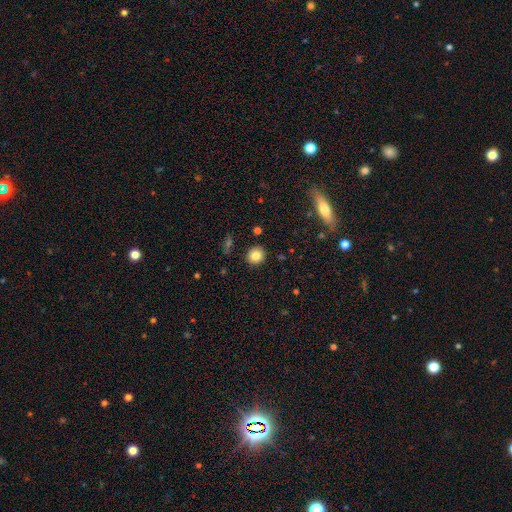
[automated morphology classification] Smooth or featured?
  - smooth: 83% *
  - star or artifact: 10%
  - featured or disk: 7%
How rounded?
  - round: 90% *
  - in between: 9%
  - cigar-shaped: 1%
Merging?
  - none: 90% *
  - minor disturbance: 6%
  - major disturbance: 2%
  - merger: 2%